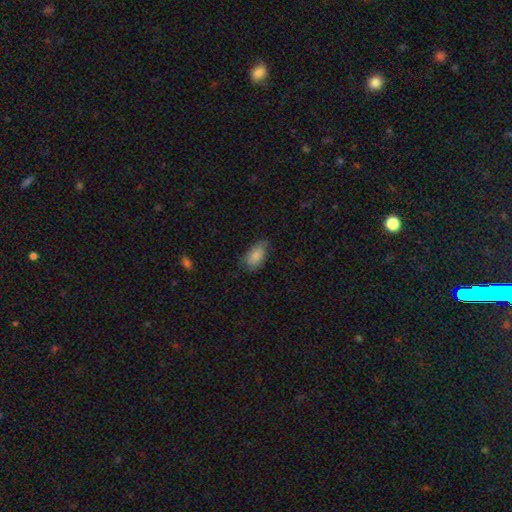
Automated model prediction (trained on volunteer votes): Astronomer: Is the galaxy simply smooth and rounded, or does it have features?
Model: smooth — 82%.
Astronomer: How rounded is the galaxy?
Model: in between — 92%.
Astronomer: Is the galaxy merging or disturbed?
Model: none — 56% (runner-up: minor disturbance, 34%).